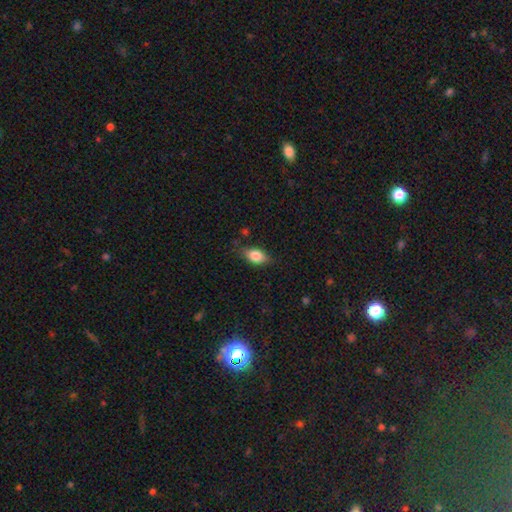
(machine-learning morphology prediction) smooth-or-featured: smooth: 81% | featured or disk: 11% | star or artifact: 8%
  how-rounded: in between: 86% | round: 9% | cigar-shaped: 5%
  merging: none: 76% | minor disturbance: 18% | major disturbance: 4% | merger: 2%